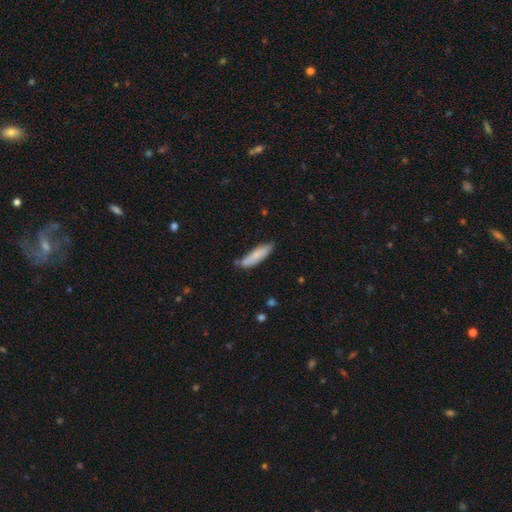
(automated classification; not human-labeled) Q: Smooth or featured?
A: smooth (78%); runner-up: featured or disk (16%)
Q: How rounded?
A: cigar-shaped (67%); runner-up: in between (32%)
Q: Merging?
A: none (69%); runner-up: minor disturbance (21%)